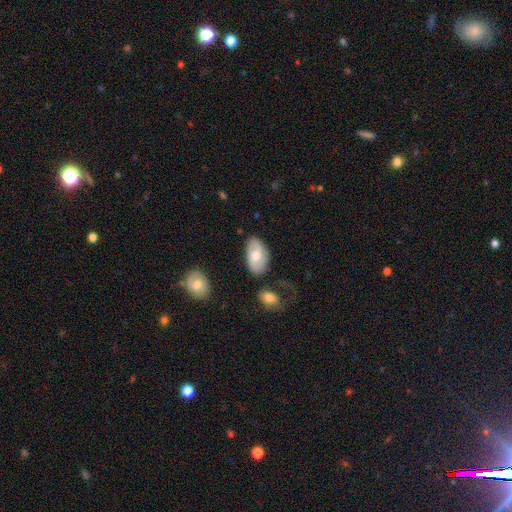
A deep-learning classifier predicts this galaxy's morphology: The model was most divided on "smooth or featured": smooth: 60%, featured or disk: 34%, star or artifact: 6%. More confident: how rounded — in between (94%); merging — none (73%).